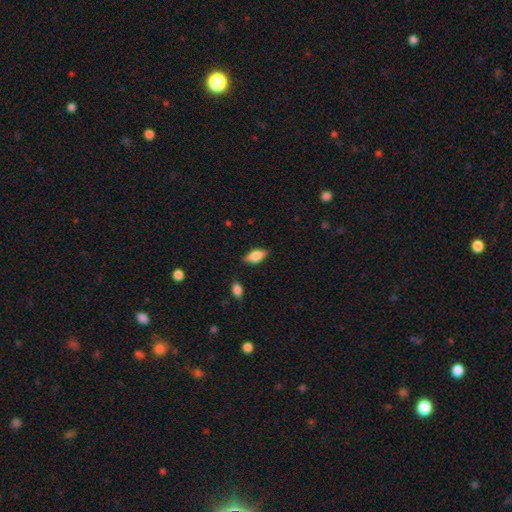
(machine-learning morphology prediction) This is likely a smooth galaxy (79%). How rounded: clearly in between (87%). Merging: likely none (79%).